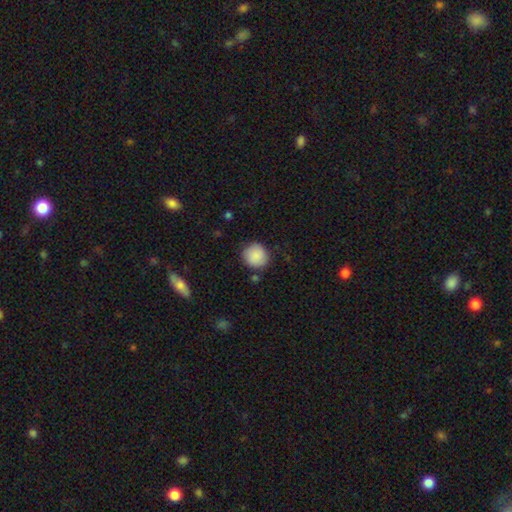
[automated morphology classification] Smooth or featured? Predicted: smooth (p=0.88). How rounded? Predicted: round (p=0.91). Merging? Predicted: none (p=0.85).